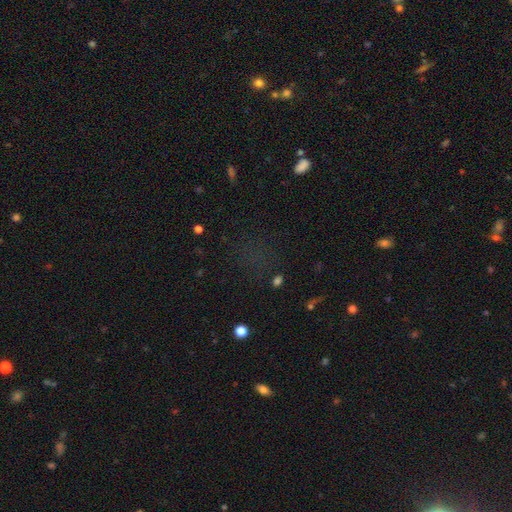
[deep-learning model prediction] This is possibly a star or artifact rather than a galaxy (54%).